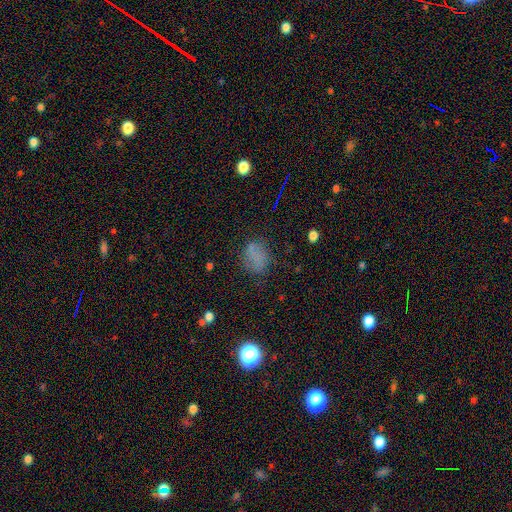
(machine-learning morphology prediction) The model was most divided on "how rounded": in between: 61%, round: 37%, cigar-shaped: 2%. More confident: smooth or featured — smooth (68%); merging — none (66%).